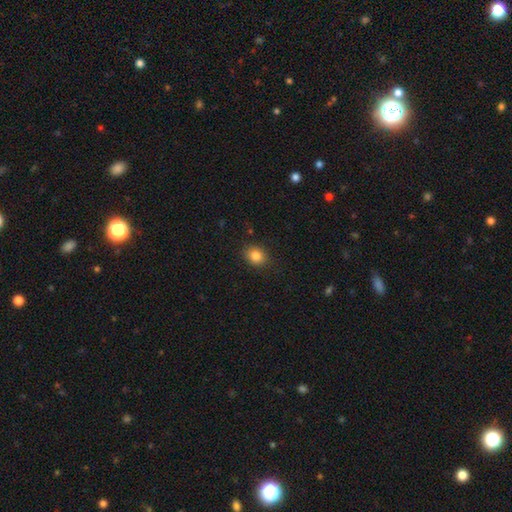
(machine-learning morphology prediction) The model was most divided on "how rounded": round: 57%, in between: 42%, cigar-shaped: 1%. More confident: merging — none (86%); smooth or featured — smooth (85%).